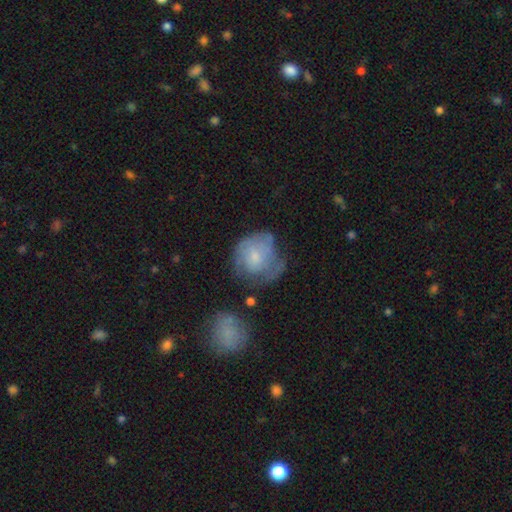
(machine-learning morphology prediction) Overall: smooth (54%; featured or disk 38%). How rounded: round (71%). Merging: none (37%; minor disturbance 31%).